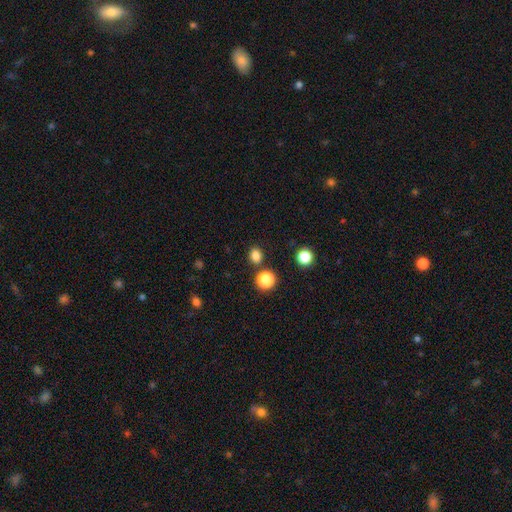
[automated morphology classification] Smooth or featured?
  - smooth: 81% *
  - star or artifact: 15%
  - featured or disk: 4%
How rounded?
  - round: 62% *
  - in between: 37%
  - cigar-shaped: 1%
Merging?
  - none: 83% *
  - minor disturbance: 8%
  - merger: 6%
  - major disturbance: 3%